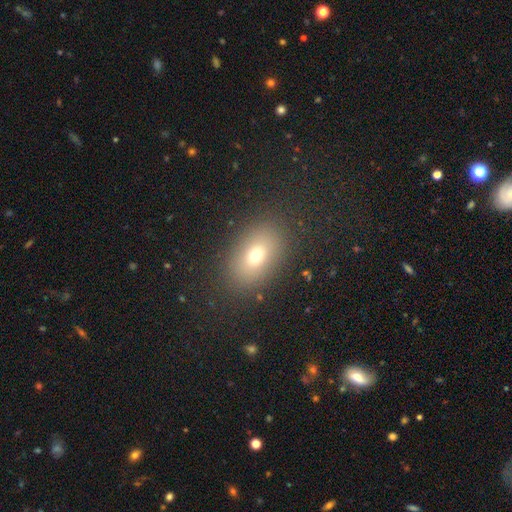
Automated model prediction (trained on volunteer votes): Smooth or featured? Predicted: smooth (p=0.70). How rounded? Predicted: in between (p=0.82). Merging? Predicted: none (p=0.86).